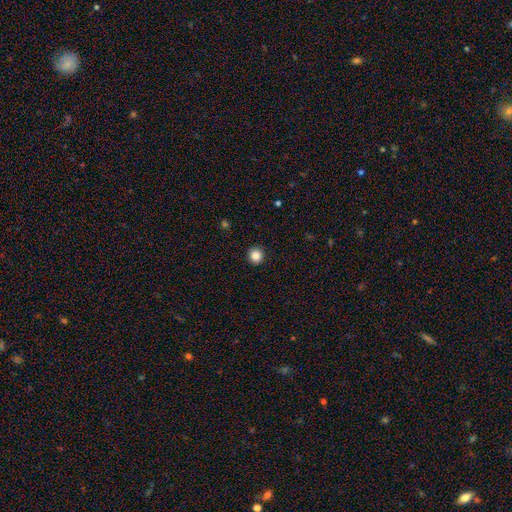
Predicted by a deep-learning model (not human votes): Smooth or featured? smooth (86%)
How rounded? round (91%)
Merging? none (93%)